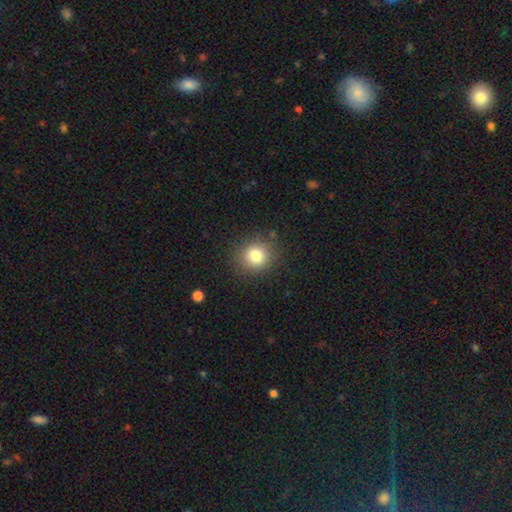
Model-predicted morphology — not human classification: A smooth galaxy with no disk features (81%) that is round (87%).

Vote fractions:
- Smooth or featured? smooth: 81% / star or artifact: 12% / featured or disk: 7%
- How rounded? round: 87% / in between: 12% / cigar-shaped: 1%
- Merging? none: 87% / minor disturbance: 8% / major disturbance: 3% / merger: 1%